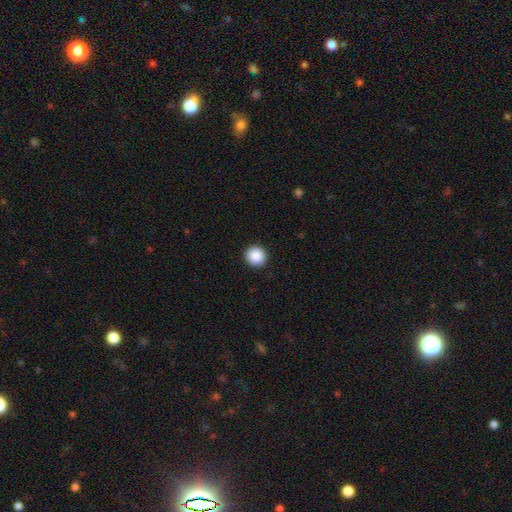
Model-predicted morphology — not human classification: Smooth or featured? smooth (89%)
How rounded? round (94%)
Merging? none (93%)